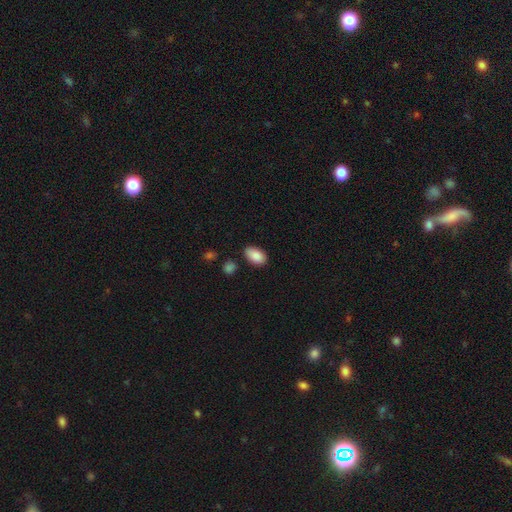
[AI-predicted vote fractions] Smooth or featured: smooth — 89% (star or artifact — 7%)
How rounded: in between — 93% (round — 5%)
Merging: none — 81% (minor disturbance — 13%)